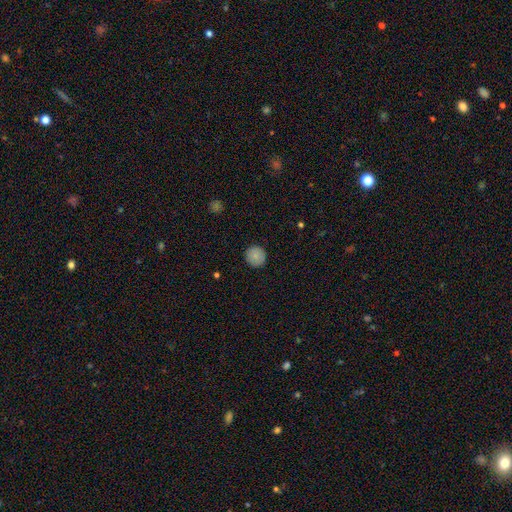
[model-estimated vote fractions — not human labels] smooth 84%, star or artifact 9%, featured or disk 7%. Down the decision tree: how rounded — round (95%); merging — none (91%).